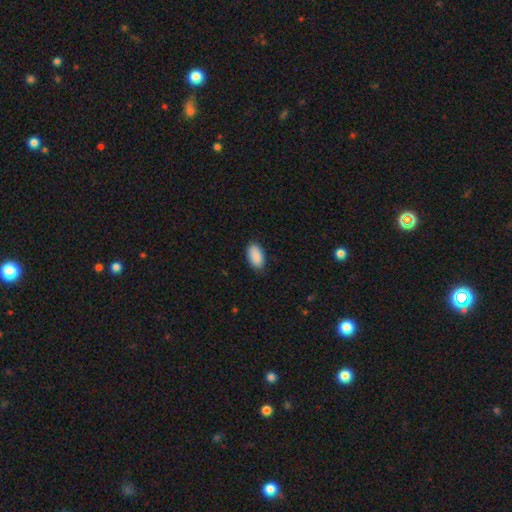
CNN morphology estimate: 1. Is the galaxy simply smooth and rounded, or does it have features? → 91% smooth, 6% star or artifact, 3% featured or disk.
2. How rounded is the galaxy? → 95% in between, 3% round, 2% cigar-shaped.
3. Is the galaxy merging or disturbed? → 84% none, 13% minor disturbance, 2% major disturbance, 1% merger.